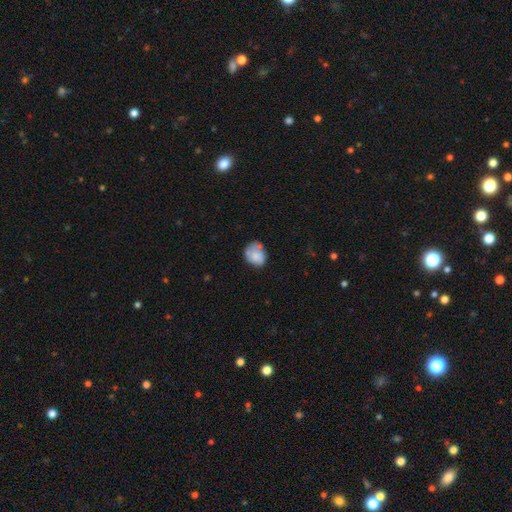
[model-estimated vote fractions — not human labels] This appears to be a smooth galaxy with no disk features (73%) that is round (57%). Merging: none (52%).